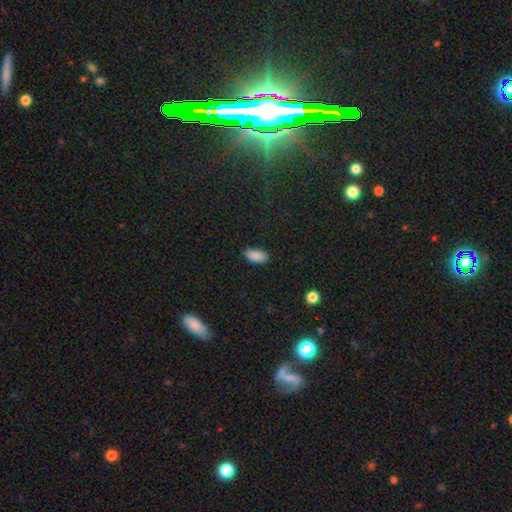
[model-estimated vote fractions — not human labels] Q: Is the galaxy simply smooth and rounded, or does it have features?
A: smooth — 88%.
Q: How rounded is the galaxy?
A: in between — 93%.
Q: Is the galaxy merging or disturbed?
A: none — 87%.